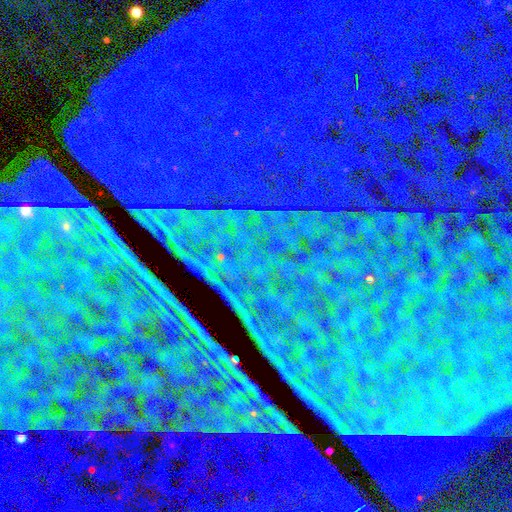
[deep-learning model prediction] Morphology: type=star or artifact (87%).